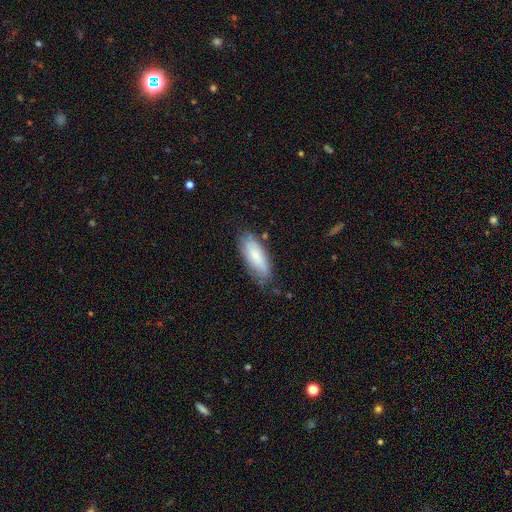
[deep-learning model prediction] Overall: smooth (71%). How rounded: in between (72%). Merging: none (71%).